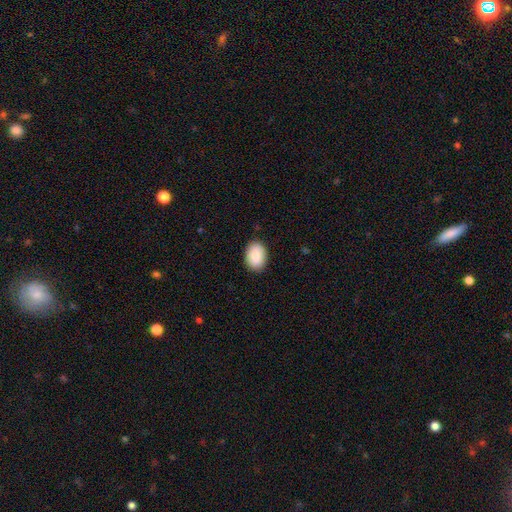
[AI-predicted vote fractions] Morphology: type=smooth (86%); roundness=in between (81%); merging=none (88%).